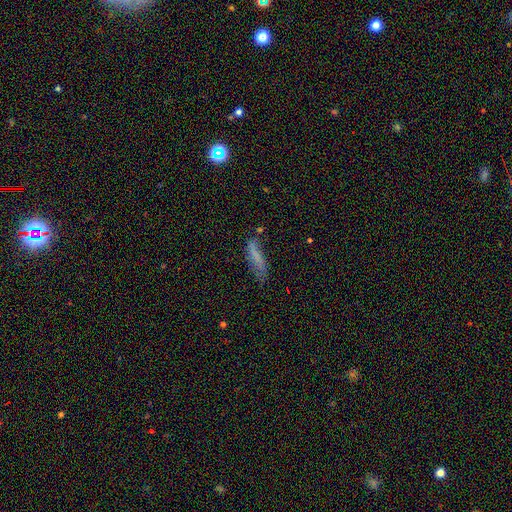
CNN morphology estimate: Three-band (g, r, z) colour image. It shows a smooth galaxy with no disk features (63%) that is cigar-shaped (67%). Merging: none (48%).